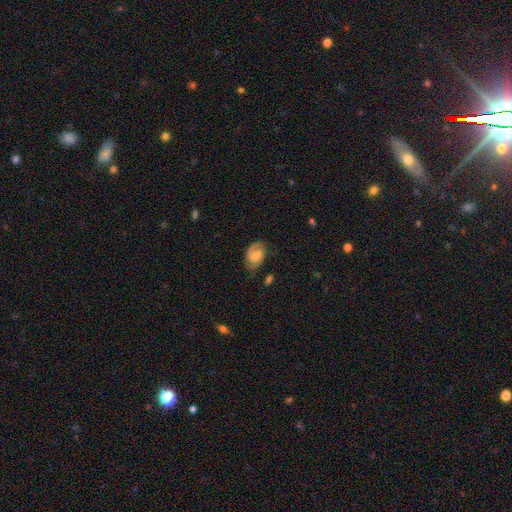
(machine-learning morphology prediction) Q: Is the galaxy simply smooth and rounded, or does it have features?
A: featured or disk — 51%.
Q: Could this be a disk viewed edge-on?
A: no — 97%.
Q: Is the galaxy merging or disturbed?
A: none — 56%.